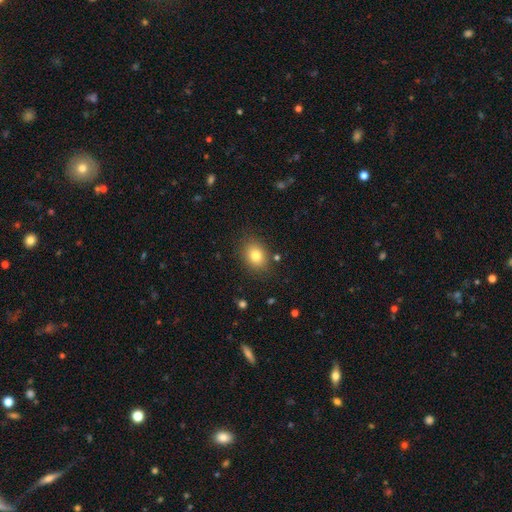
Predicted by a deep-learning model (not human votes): A smooth galaxy with no disk features (80%) that is in between round and cigar-shaped (57%).

Vote fractions:
- Smooth or featured? smooth: 80% / star or artifact: 10% / featured or disk: 9%
- How rounded? in between: 57% / round: 42% / cigar-shaped: 1%
- Merging? none: 84% / minor disturbance: 11% / major disturbance: 3% / merger: 2%